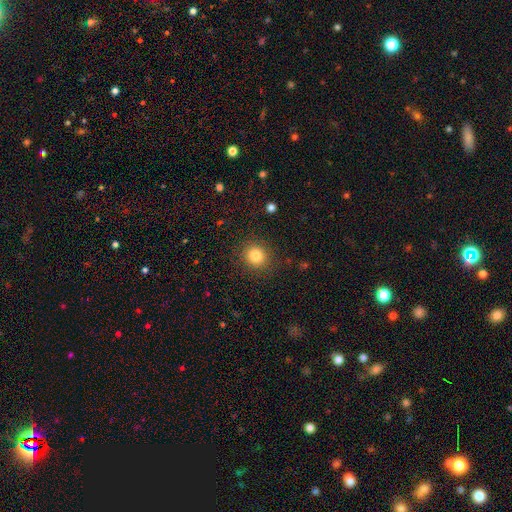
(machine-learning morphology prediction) Overall: smooth (80%). How rounded: round (89%). Merging: none (89%).